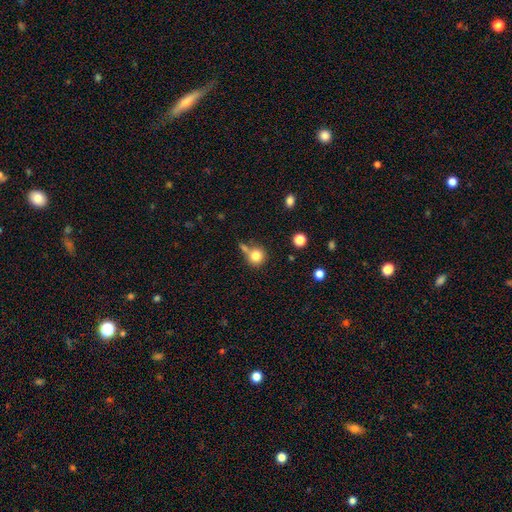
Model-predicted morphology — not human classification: smooth 80%, star or artifact 11%, featured or disk 9%. Down the decision tree: how rounded — round (90%); merging — none (60%).